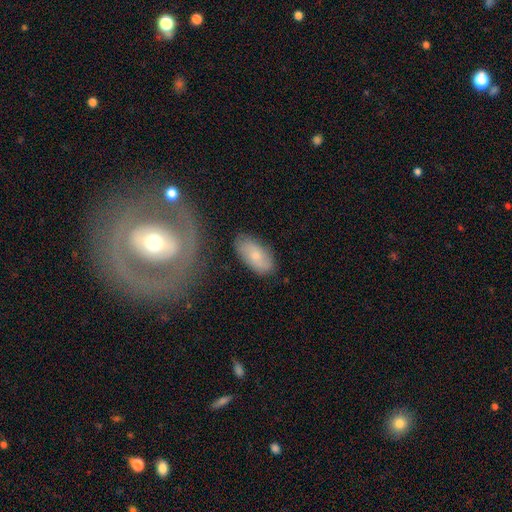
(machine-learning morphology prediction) The model was most divided on "smooth or featured": smooth: 64%, featured or disk: 29%, star or artifact: 7%. More confident: how rounded — in between (92%); merging — none (76%).